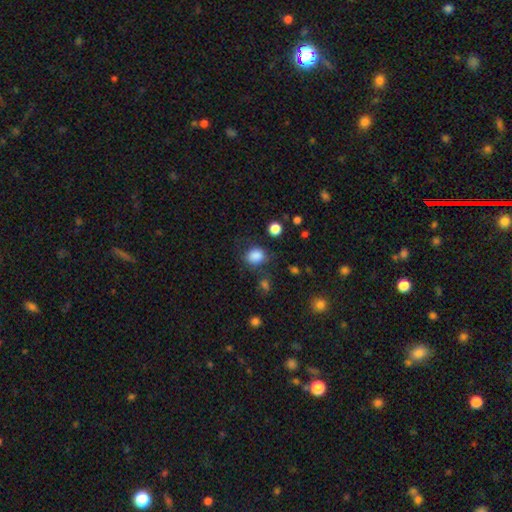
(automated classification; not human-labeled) smooth_or_featured: smooth (p=0.85) [alt: star or artifact p=0.11]
how_rounded: round (p=0.58) [alt: in between p=0.41]
merging: none (p=0.72) [alt: minor disturbance p=0.17]